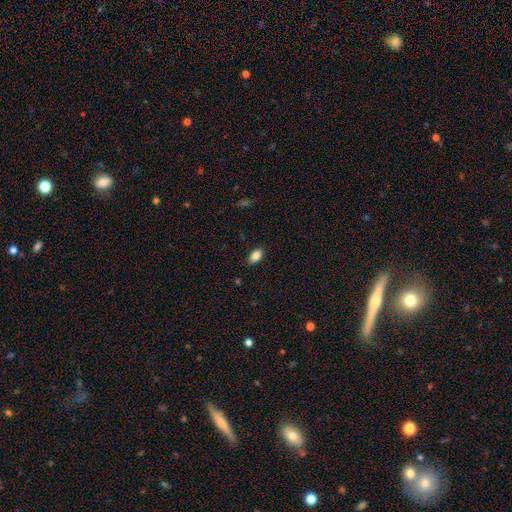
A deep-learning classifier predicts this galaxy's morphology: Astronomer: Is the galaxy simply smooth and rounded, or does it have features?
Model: smooth — 85%.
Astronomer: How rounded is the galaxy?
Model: in between — 90%.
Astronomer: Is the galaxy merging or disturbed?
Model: none — 85%.